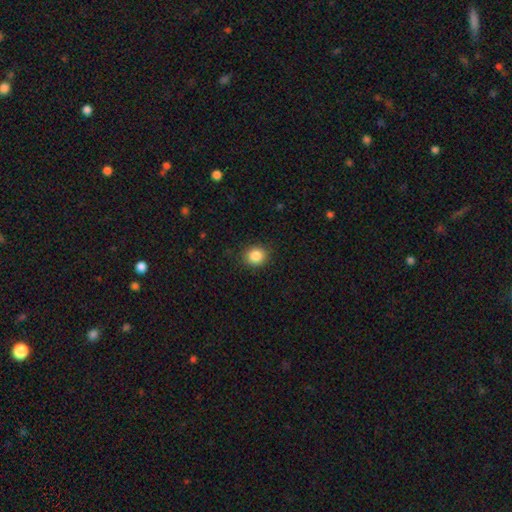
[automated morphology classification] type=smooth (86%); roundness=round (79%); merging=none (89%).